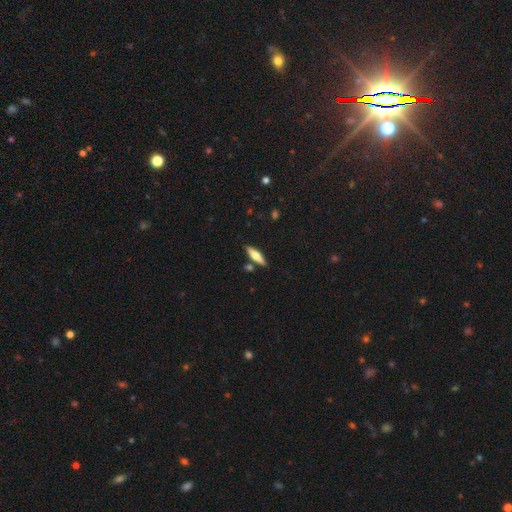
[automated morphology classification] Smooth or featured? Predicted: smooth (p=0.56). How rounded? Predicted: cigar-shaped (p=0.65). Merging? Predicted: none (p=0.82).